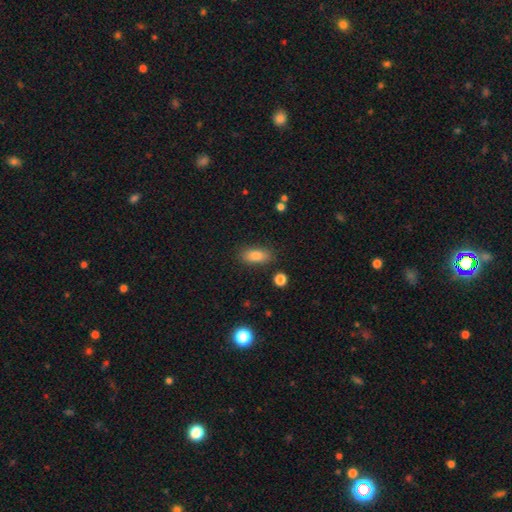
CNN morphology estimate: The model was most divided on "how rounded": in between: 81%, cigar-shaped: 15%, round: 4%. More confident: merging — none (85%); smooth or featured — smooth (82%).